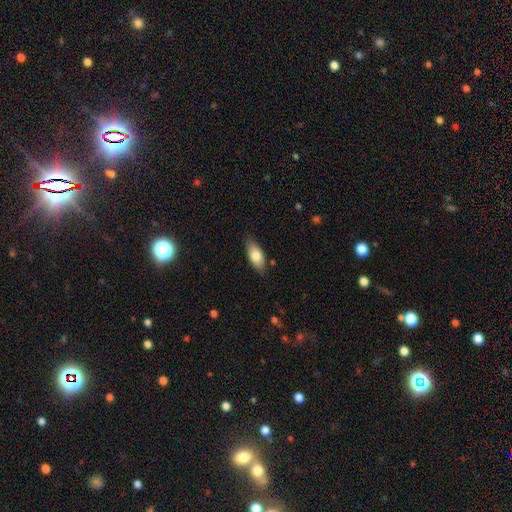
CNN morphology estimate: smooth 77%, featured or disk 17%, star or artifact 6%. Down the decision tree: how rounded — in between (86%); merging — none (81%).